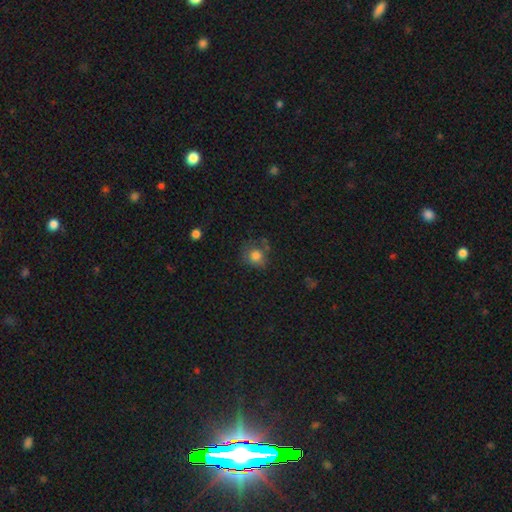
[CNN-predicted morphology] This is likely a smooth galaxy (79%). How rounded: clearly round (83%). Merging: likely none (62%).